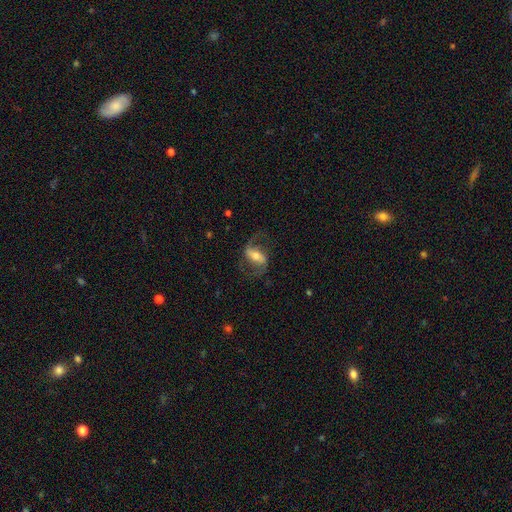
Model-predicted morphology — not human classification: smooth_or_featured: featured or disk (p=0.80) [alt: smooth p=0.14]
disk_edge_on: no (p=0.95) [alt: yes p=0.05]
bar: strong (p=0.49) [alt: weak p=0.35]
has_spiral_arms: yes (p=0.93) [alt: no p=0.07]
spiral_winding: loose (p=0.50) [alt: medium p=0.42]
spiral_arm_count: 2 (p=0.91) [alt: can't tell p=0.03]
bulge_size: moderate (p=0.57) [alt: small p=0.27]
merging: none (p=0.71) [alt: minor disturbance p=0.14]